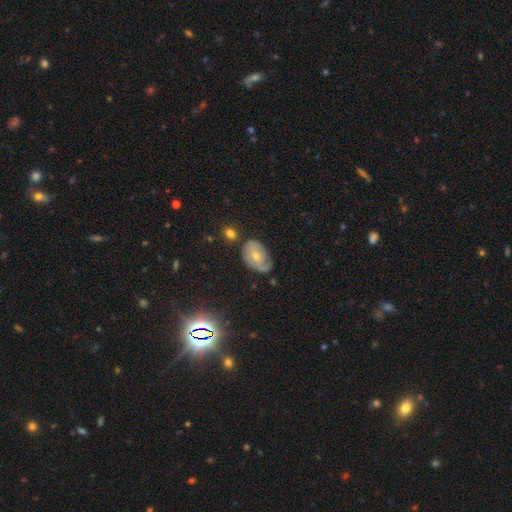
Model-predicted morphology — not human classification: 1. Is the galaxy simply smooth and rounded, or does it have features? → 51% featured or disk, 39% smooth, 10% star or artifact.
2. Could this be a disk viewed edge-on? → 95% no, 5% yes.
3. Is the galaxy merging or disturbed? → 50% none, 32% minor disturbance, 13% major disturbance, 5% merger.